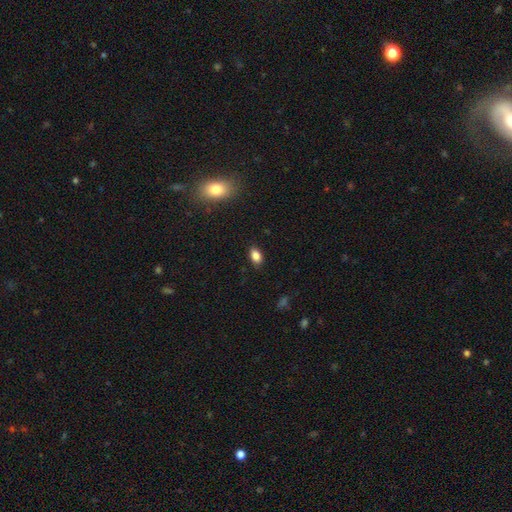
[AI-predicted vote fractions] Smooth or featured?
  - smooth: 85% *
  - star or artifact: 10%
  - featured or disk: 5%
How rounded?
  - in between: 88% *
  - round: 10%
  - cigar-shaped: 3%
Merging?
  - none: 85% *
  - minor disturbance: 11%
  - major disturbance: 2%
  - merger: 1%